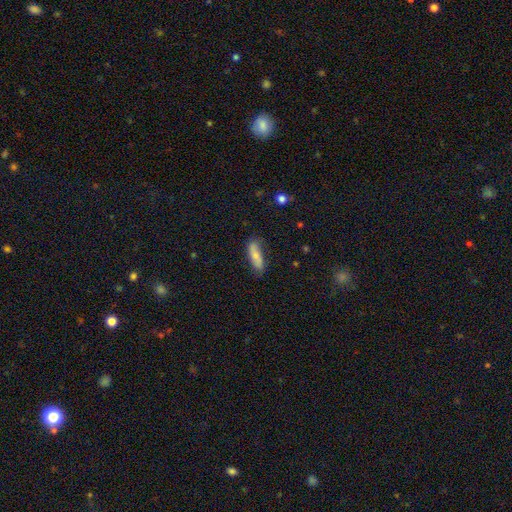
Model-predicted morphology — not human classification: This appears to be a smooth galaxy with no disk features (69%) that is in between round and cigar-shaped (53%). Merging: none (72%).